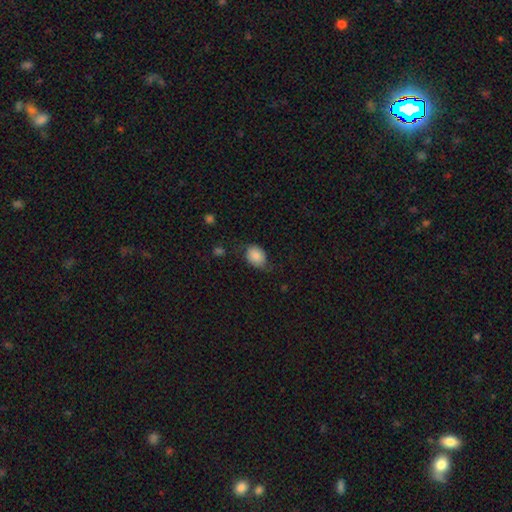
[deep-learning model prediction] The model was most divided on "merging": none: 58%, minor disturbance: 30%, major disturbance: 10%, merger: 2%. More confident: smooth or featured — smooth (79%); how rounded — in between (66%).